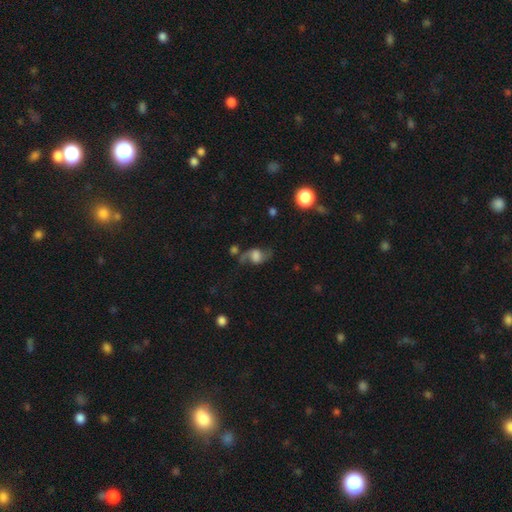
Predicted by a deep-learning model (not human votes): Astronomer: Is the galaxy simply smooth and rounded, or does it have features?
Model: featured or disk — 62%.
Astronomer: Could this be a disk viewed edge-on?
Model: no — 96%.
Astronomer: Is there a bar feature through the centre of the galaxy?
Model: weak — 43% (runner-up: no, 42%).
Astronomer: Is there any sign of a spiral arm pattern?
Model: yes — 89%.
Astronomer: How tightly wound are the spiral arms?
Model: loose — 72%.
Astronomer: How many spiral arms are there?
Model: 2 — 89%.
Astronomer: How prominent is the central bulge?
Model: large — 33% (runner-up: moderate, 23%).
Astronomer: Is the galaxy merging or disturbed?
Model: none — 55%.